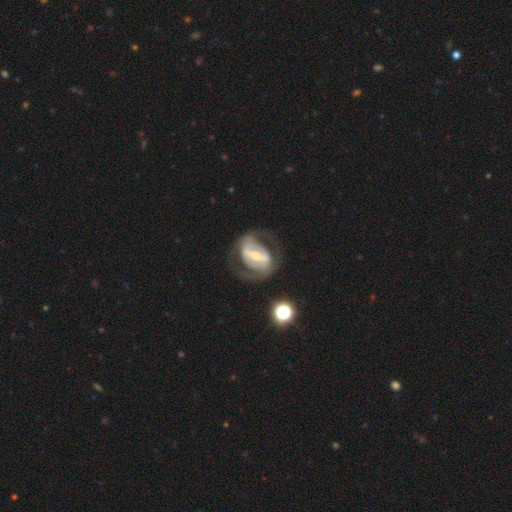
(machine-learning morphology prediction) The model was most divided on "bulge size": moderate: 48%, small: 38%, large: 9%, none: 4%, dominant: 2%. Remaining: edge-on disk — no (94%); smooth or featured — featured or disk (81%); spiral arm count — 2 (79%); spiral arms — yes (73%); bar — strong (65%); merging — none (59%); spiral winding — medium (46%).